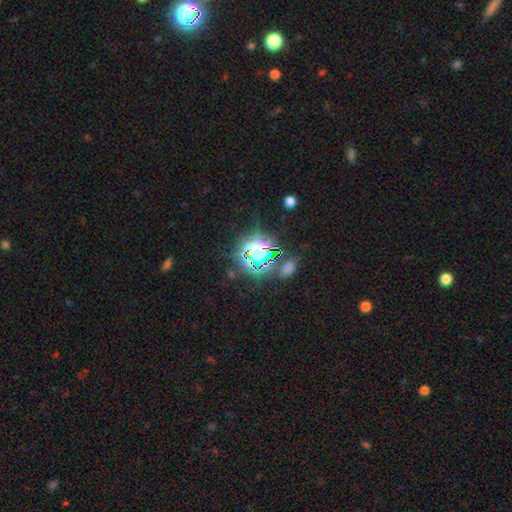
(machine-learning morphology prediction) A star or artifact, not a galaxy (69%).

Vote fractions:
- Smooth or featured? star or artifact: 69% / smooth: 22% / featured or disk: 9%